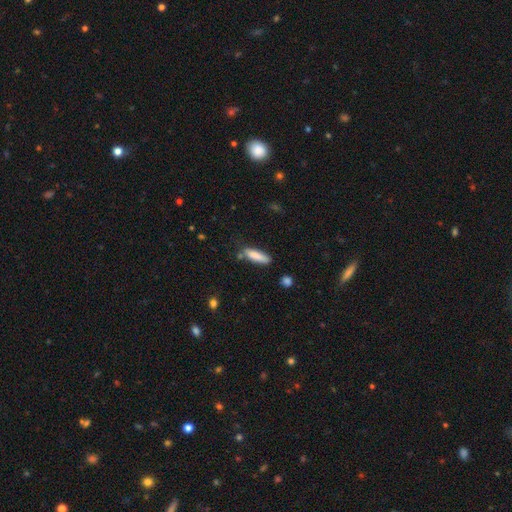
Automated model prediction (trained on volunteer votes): Smooth or featured? smooth (84%)
How rounded? cigar-shaped (62%)
Merging? none (70%)